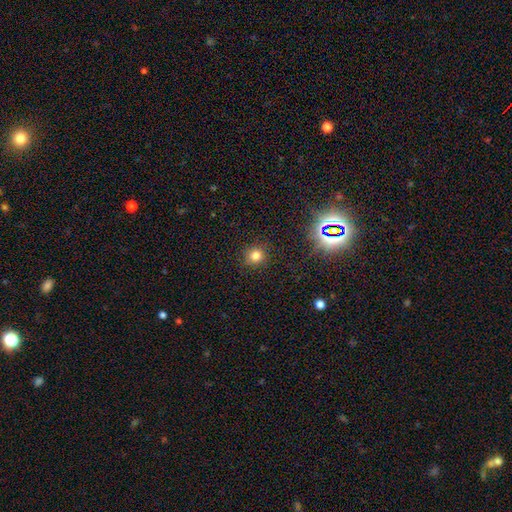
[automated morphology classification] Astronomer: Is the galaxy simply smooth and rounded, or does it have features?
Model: smooth — 77%.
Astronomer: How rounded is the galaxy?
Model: round — 90%.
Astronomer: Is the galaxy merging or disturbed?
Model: none — 88%.